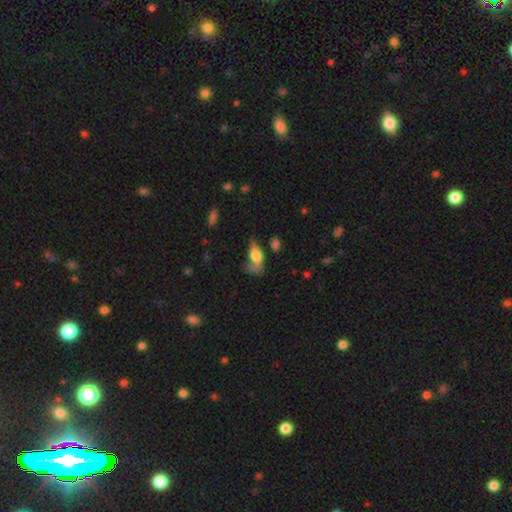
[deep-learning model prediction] smooth_or_featured: smooth (p=0.58) [alt: featured or disk p=0.32]
how_rounded: in between (p=0.79) [alt: cigar-shaped p=0.13]
merging: major disturbance (p=0.38) [alt: none p=0.29]